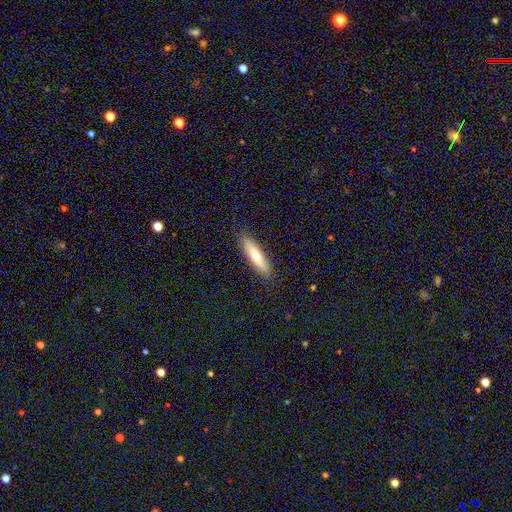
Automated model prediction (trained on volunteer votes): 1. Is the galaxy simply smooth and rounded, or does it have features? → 63% smooth, 31% featured or disk, 6% star or artifact.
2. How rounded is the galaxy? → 77% cigar-shaped, 21% in between, 2% round.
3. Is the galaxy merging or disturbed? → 88% none, 9% minor disturbance, 2% major disturbance, 1% merger.